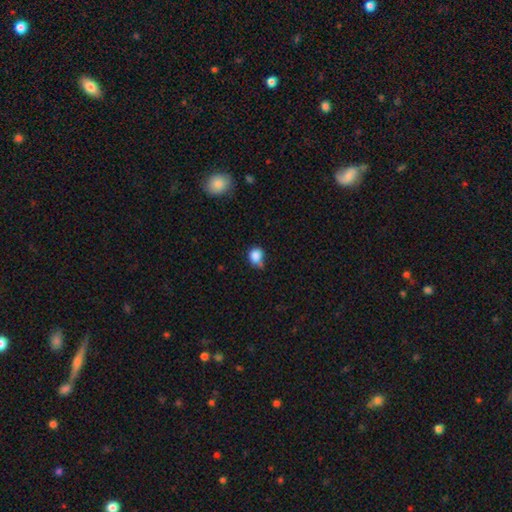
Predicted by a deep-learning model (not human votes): smooth_or_featured: smooth (p=0.85) [alt: star or artifact p=0.10]
how_rounded: round (p=0.71) [alt: in between p=0.28]
merging: none (p=0.45) [alt: minor disturbance p=0.36]